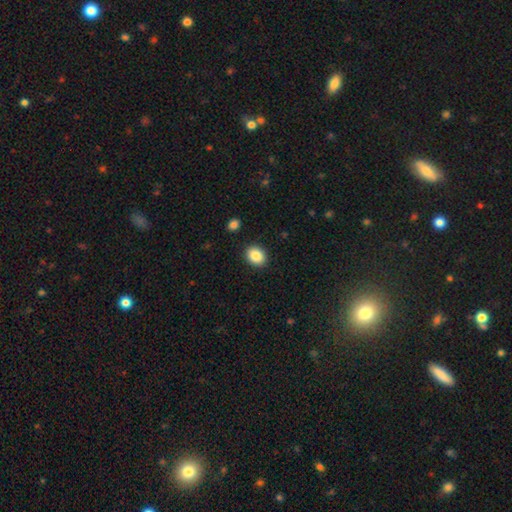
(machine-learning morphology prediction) A smooth galaxy with no disk features (87%) that is in between round and cigar-shaped (54%).

Vote fractions:
- Smooth or featured? smooth: 87% / star or artifact: 8% / featured or disk: 4%
- How rounded? in between: 54% / round: 45% / cigar-shaped: 1%
- Merging? none: 90% / minor disturbance: 7% / major disturbance: 2% / merger: 1%